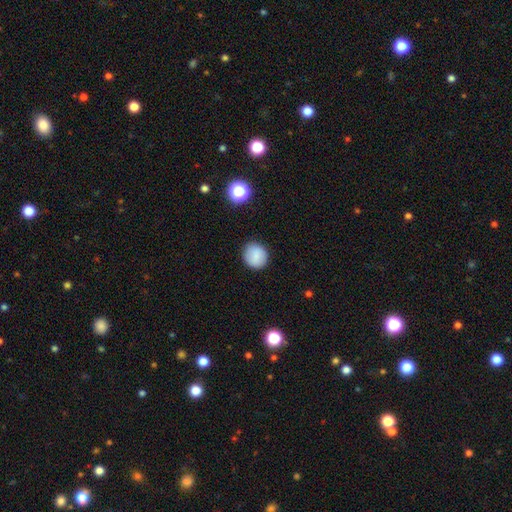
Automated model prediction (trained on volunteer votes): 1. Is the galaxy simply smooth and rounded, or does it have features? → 84% smooth, 9% star or artifact, 7% featured or disk.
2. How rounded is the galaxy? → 89% round, 10% in between, 1% cigar-shaped.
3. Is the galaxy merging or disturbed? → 89% none, 7% minor disturbance, 2% major disturbance, 1% merger.